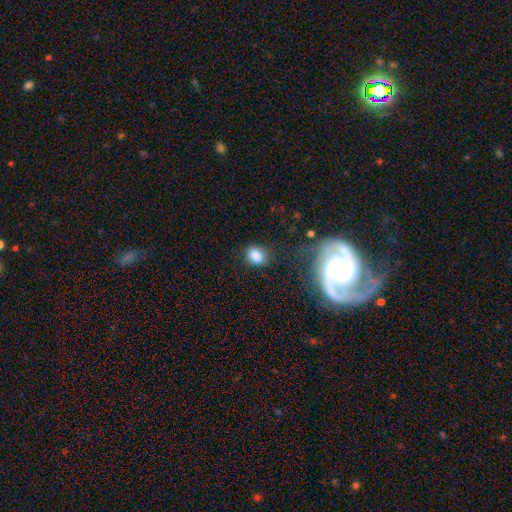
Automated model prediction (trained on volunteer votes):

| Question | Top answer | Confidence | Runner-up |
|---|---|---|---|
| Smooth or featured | smooth | 84% | star or artifact (10%) |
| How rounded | in between | 62% | round (37%) |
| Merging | none | 72% | minor disturbance (18%) |